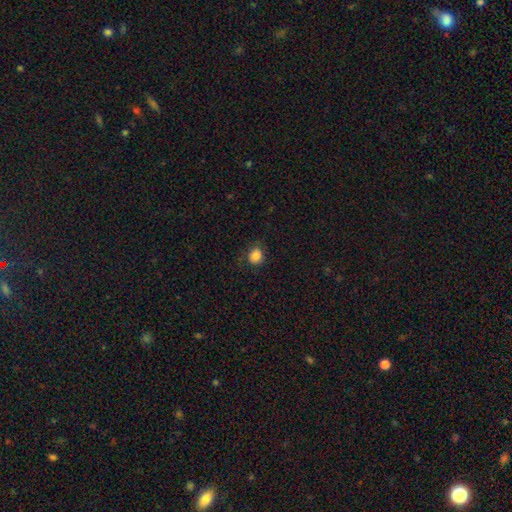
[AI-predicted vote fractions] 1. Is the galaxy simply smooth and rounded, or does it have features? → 85% smooth, 11% star or artifact, 5% featured or disk.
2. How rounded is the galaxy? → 79% round, 20% in between, 1% cigar-shaped.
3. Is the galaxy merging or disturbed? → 80% none, 14% minor disturbance, 4% major disturbance, 1% merger.